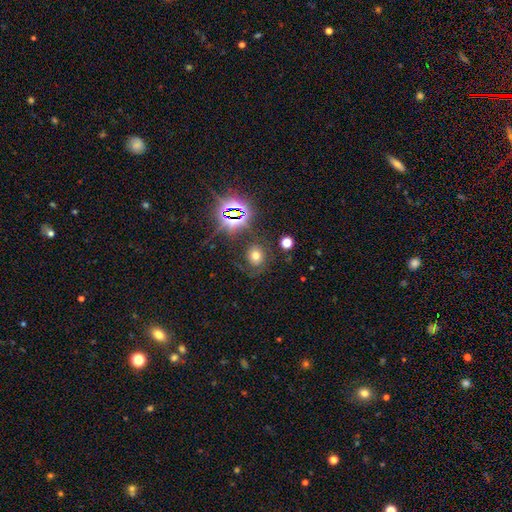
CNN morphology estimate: This is possibly a smooth galaxy (53%). How rounded: likely round (69%). Merging: likely none (72%).